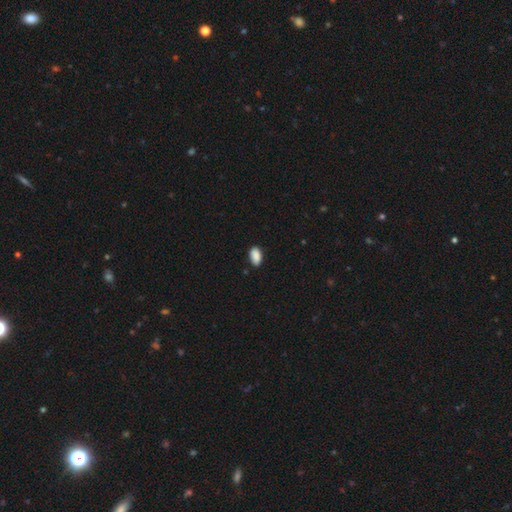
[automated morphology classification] smooth 89%, star or artifact 7%, featured or disk 3%. Down the decision tree: how rounded — in between (93%); merging — none (82%).